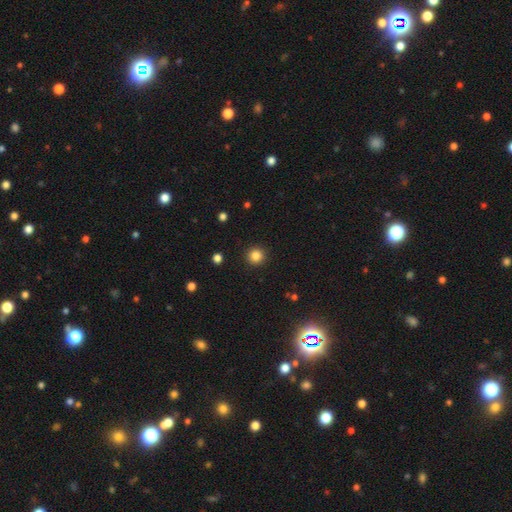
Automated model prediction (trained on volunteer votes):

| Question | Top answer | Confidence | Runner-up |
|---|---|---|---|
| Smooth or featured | smooth | 84% | star or artifact (12%) |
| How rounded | round | 95% | in between (4%) |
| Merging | none | 93% | minor disturbance (5%) |